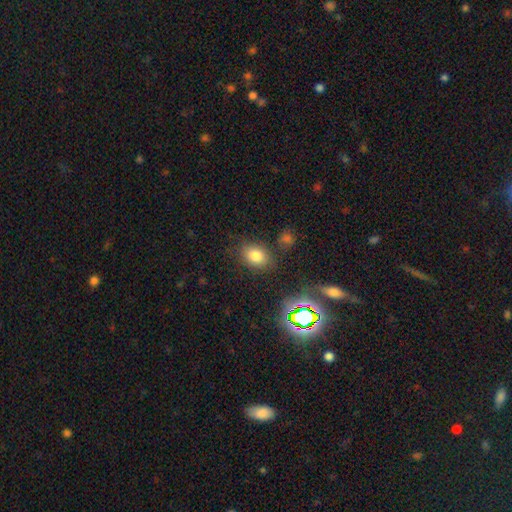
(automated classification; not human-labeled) Overall: smooth (78%). How rounded: in between (66%; round 32%). Merging: none (78%).